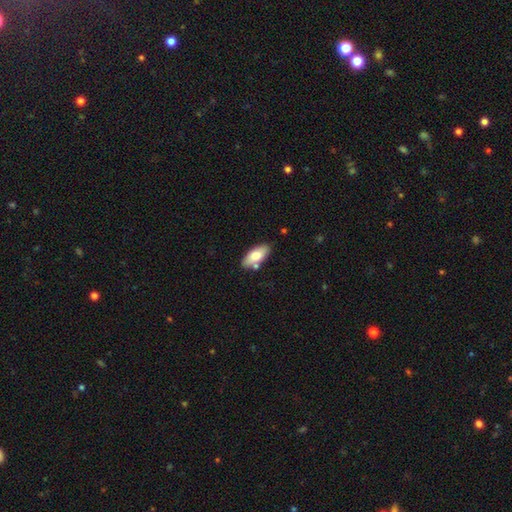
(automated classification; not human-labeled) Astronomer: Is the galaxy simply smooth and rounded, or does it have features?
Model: smooth — 73%.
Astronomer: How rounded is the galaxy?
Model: in between — 87%.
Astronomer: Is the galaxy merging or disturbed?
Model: none — 79%.